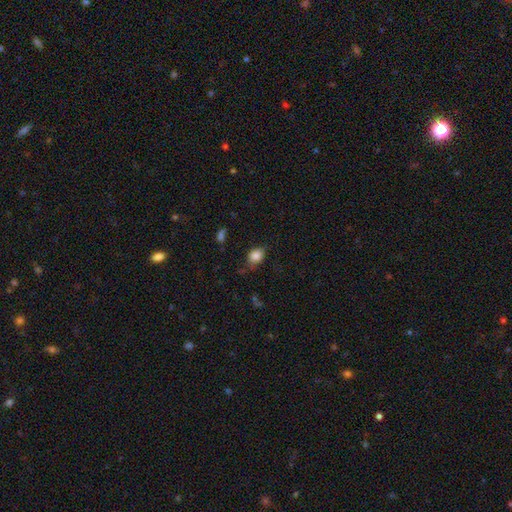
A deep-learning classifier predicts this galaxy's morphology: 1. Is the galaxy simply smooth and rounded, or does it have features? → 85% smooth, 10% star or artifact, 6% featured or disk.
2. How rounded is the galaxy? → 59% in between, 40% round, 2% cigar-shaped.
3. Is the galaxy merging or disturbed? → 64% none, 27% minor disturbance, 7% major disturbance, 2% merger.